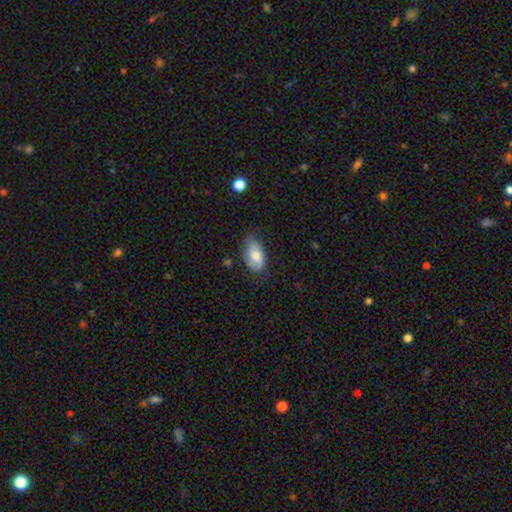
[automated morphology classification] smooth 71%, featured or disk 21%, star or artifact 7%. Down the decision tree: how rounded — in between (93%); merging — none (63%).